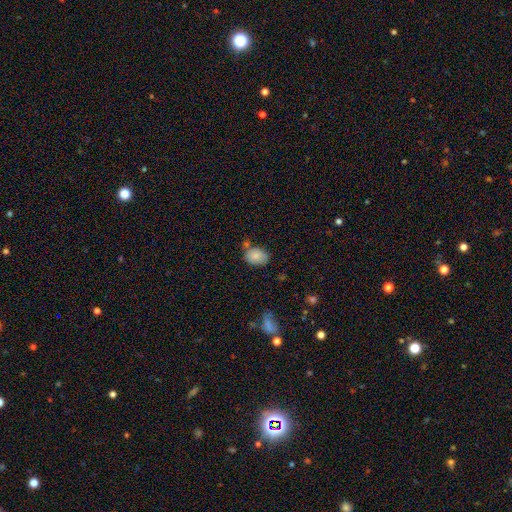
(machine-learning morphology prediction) Overall: smooth (83%). How rounded: in between (81%). Merging: none (63%).